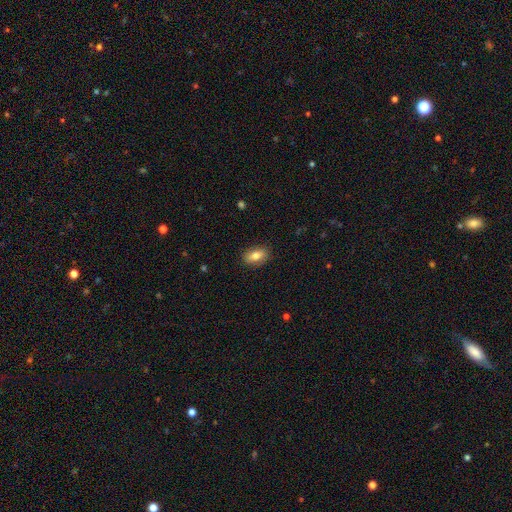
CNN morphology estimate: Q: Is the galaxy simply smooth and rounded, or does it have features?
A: smooth — 78%.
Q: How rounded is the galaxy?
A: in between — 88%.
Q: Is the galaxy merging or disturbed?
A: none — 86%.